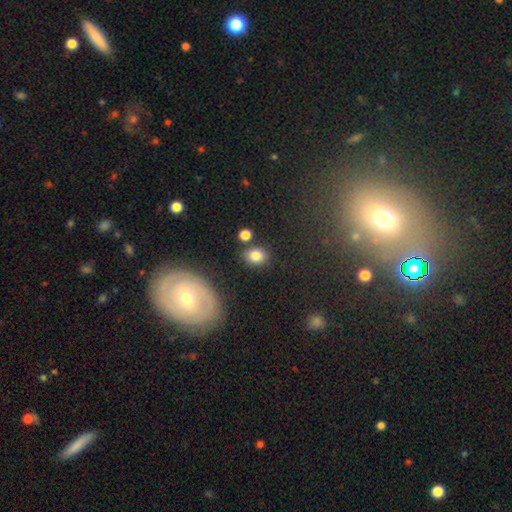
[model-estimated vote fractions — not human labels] smooth_or_featured: smooth (p=0.82) [alt: star or artifact p=0.11]
how_rounded: round (p=0.52) [alt: in between p=0.46]
merging: none (p=0.76) [alt: minor disturbance p=0.11]